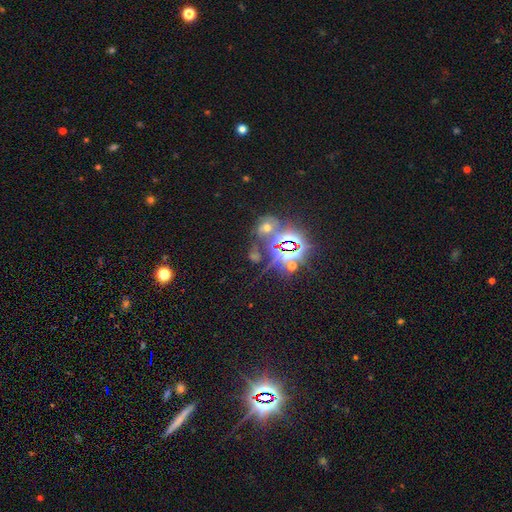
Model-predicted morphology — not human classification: Smooth or featured: star or artifact — 71% (smooth — 17%)